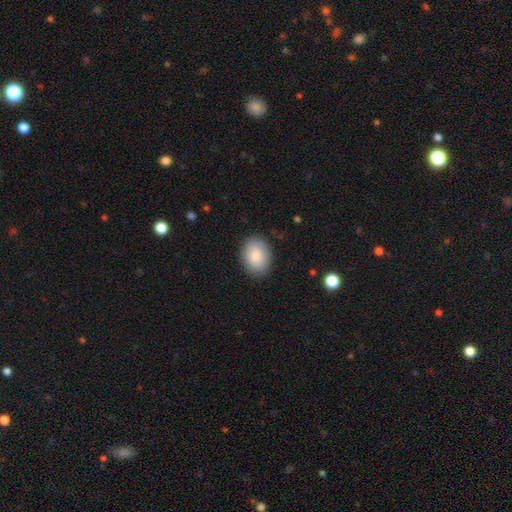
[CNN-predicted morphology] A smooth galaxy with no disk features (85%) that is in between round and cigar-shaped (70%).

Vote fractions:
- Smooth or featured? smooth: 85% / featured or disk: 8% / star or artifact: 6%
- How rounded? in between: 70% / round: 29% / cigar-shaped: 1%
- Merging? none: 86% / minor disturbance: 10% / major disturbance: 3% / merger: 1%